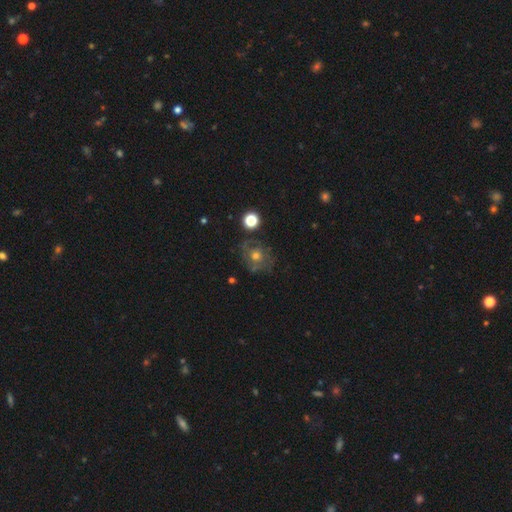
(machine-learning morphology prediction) The model was most divided on "smooth or featured": featured or disk: 51%, smooth: 35%, star or artifact: 14%. More confident: edge-on disk — no (96%); merging — none (61%).